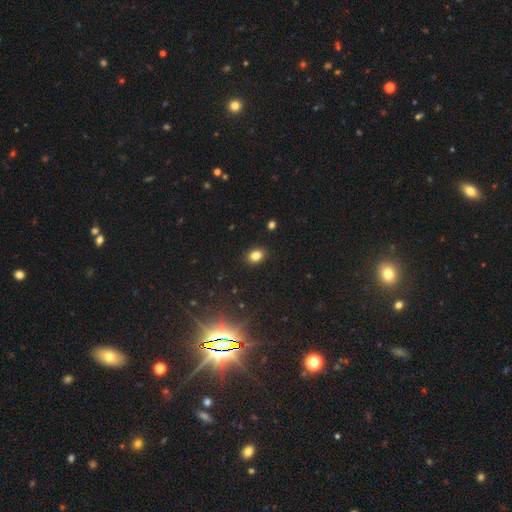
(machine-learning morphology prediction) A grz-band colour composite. It shows a smooth galaxy with no disk features (82%) that is in between round and cigar-shaped (61%). Merging: none (90%).